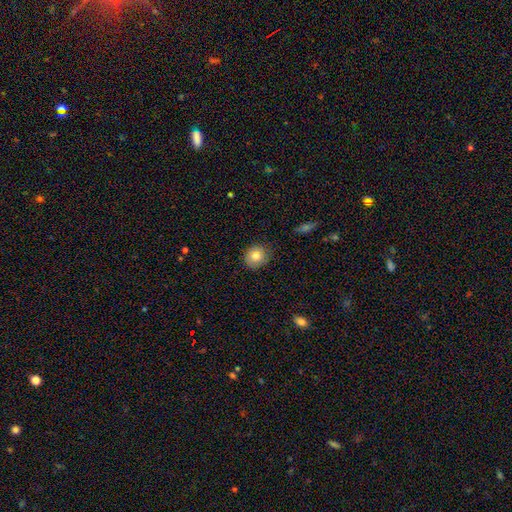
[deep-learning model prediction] Q: Smooth or featured?
A: smooth (79%); runner-up: featured or disk (12%)
Q: How rounded?
A: round (78%); runner-up: in between (21%)
Q: Merging?
A: none (82%); runner-up: minor disturbance (14%)